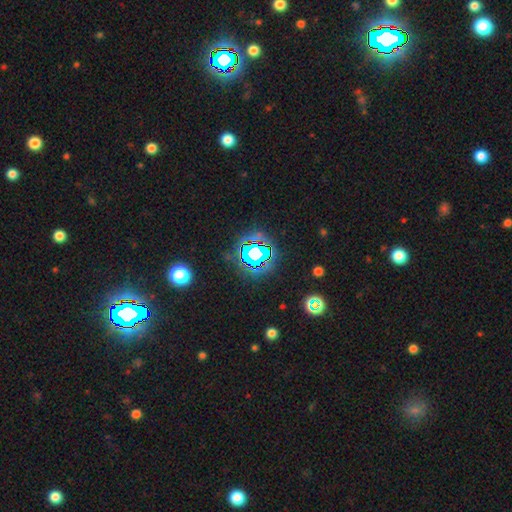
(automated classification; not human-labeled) Smooth or featured: star or artifact — 76% (smooth — 14%)